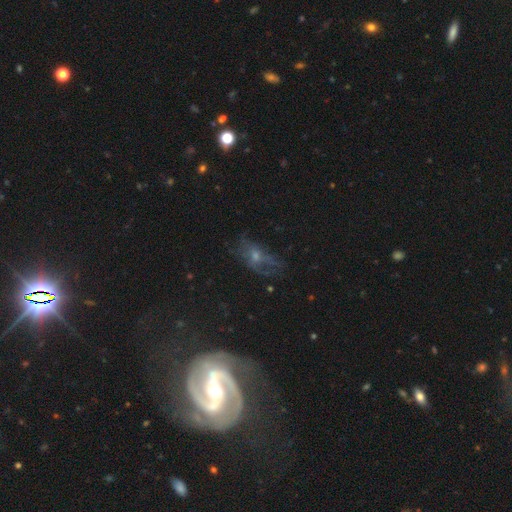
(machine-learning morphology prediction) The model was most divided on "smooth or featured": featured or disk: 48%, smooth: 27%, star or artifact: 25%. Remaining: merging — none (49%).